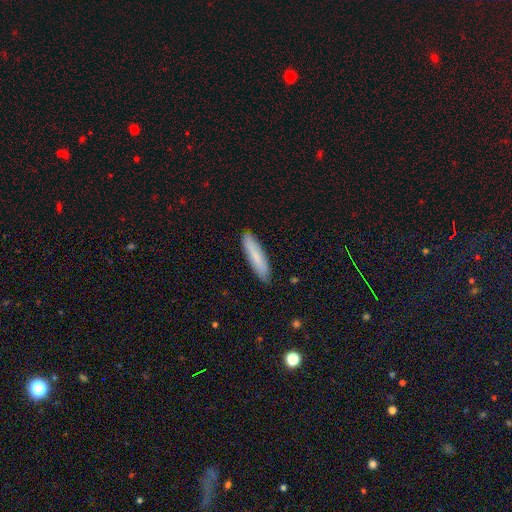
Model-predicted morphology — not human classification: type=smooth (77%); roundness=cigar-shaped (80%); merging=none (88%).